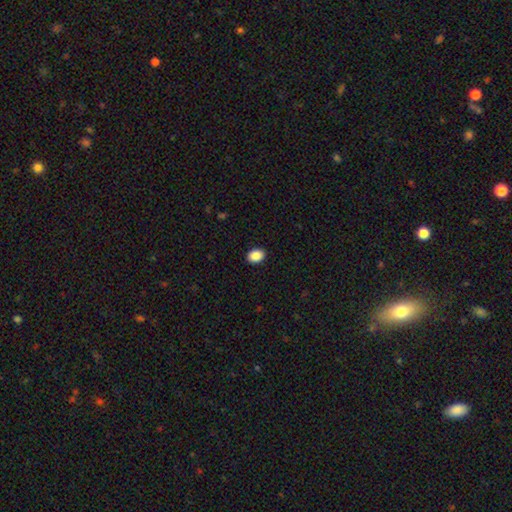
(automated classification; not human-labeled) smooth_or_featured: smooth (p=0.89) [alt: star or artifact p=0.08]
how_rounded: in between (p=0.73) [alt: round p=0.26]
merging: none (p=0.91) [alt: minor disturbance p=0.07]